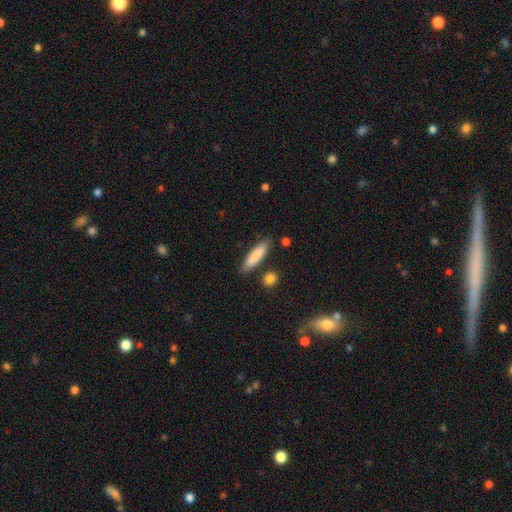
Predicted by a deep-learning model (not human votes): Morphology: type=smooth (84%); roundness=cigar-shaped (73%); merging=none (83%).